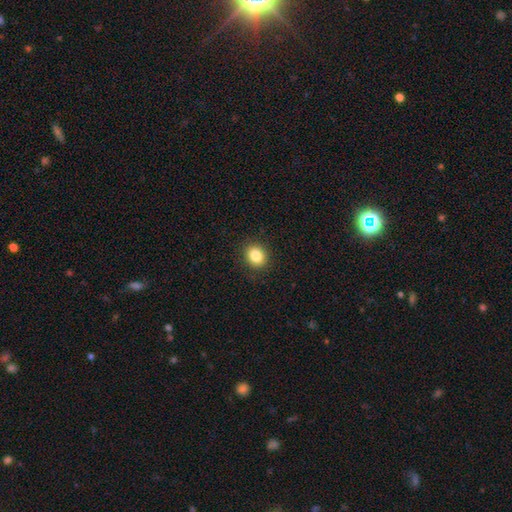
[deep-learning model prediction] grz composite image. It shows a smooth galaxy with no disk features (84%) that is round (65%). Merging: none (90%).